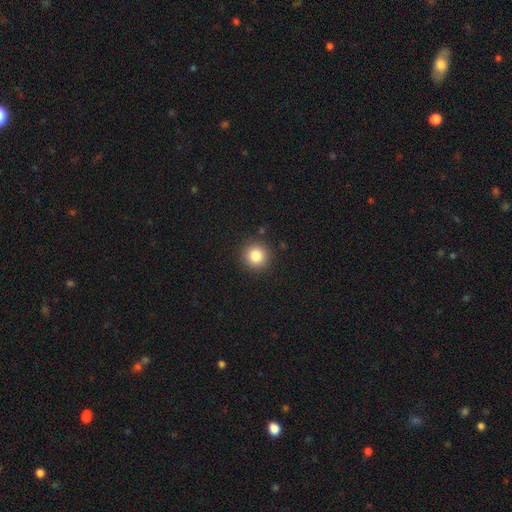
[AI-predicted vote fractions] This appears to be a smooth galaxy with no disk features (84%) that is round (94%). Merging: none (90%).